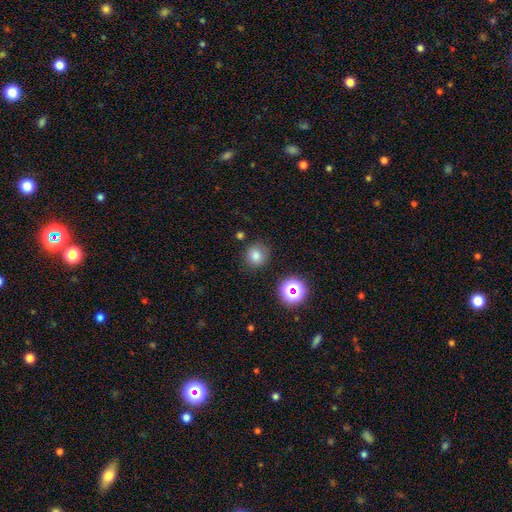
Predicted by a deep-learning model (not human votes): This is likely a smooth galaxy (77%). How rounded: clearly round (90%). Merging: clearly none (83%).